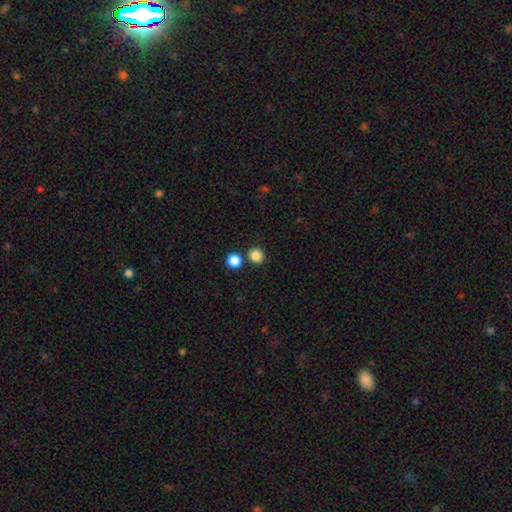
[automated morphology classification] Q: Smooth or featured?
A: smooth (85%); runner-up: star or artifact (11%)
Q: How rounded?
A: round (83%); runner-up: in between (16%)
Q: Merging?
A: none (78%); runner-up: merger (13%)